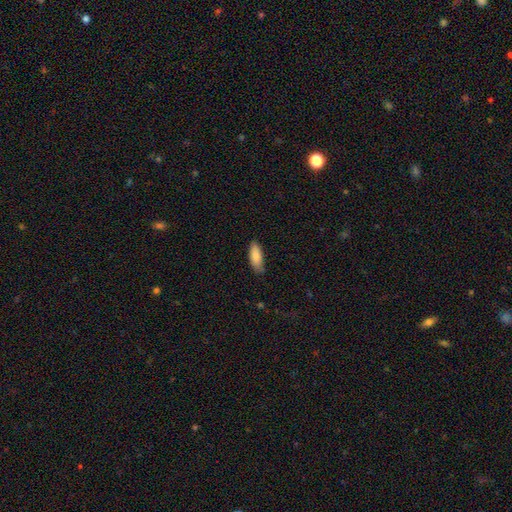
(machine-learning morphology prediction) Smooth or featured? Predicted: smooth (p=0.86). How rounded? Predicted: in between (p=0.70). Merging? Predicted: none (p=0.79).